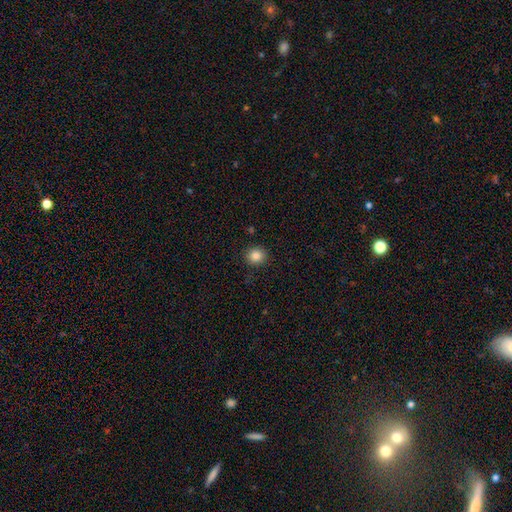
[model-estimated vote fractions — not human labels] smooth-or-featured: smooth: 85% | star or artifact: 10% | featured or disk: 4%
  how-rounded: round: 85% | in between: 14% | cigar-shaped: 1%
  merging: none: 90% | minor disturbance: 7% | major disturbance: 2% | merger: 1%